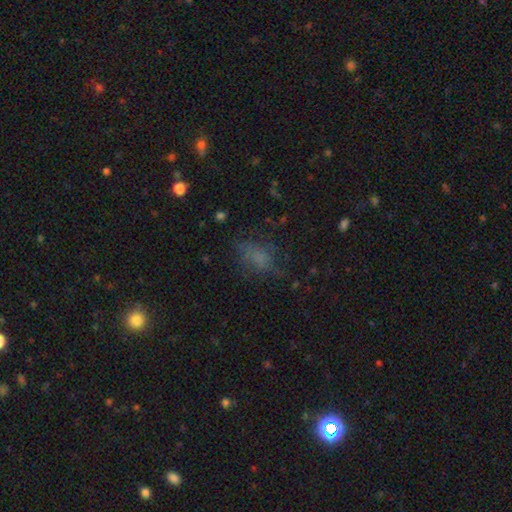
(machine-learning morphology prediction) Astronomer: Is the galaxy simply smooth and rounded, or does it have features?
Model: smooth — 62%.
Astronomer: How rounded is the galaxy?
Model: in between — 76%.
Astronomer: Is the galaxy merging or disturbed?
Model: none — 55%.